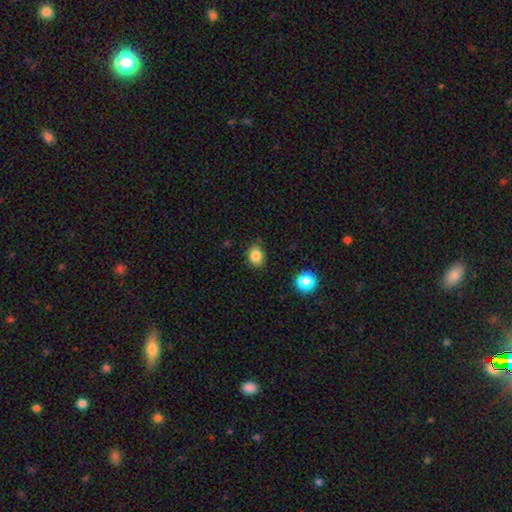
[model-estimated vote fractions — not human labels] smooth_or_featured: smooth (p=0.84) [alt: star or artifact p=0.11]
how_rounded: round (p=0.50) [alt: in between p=0.49]
merging: none (p=0.81) [alt: minor disturbance p=0.15]